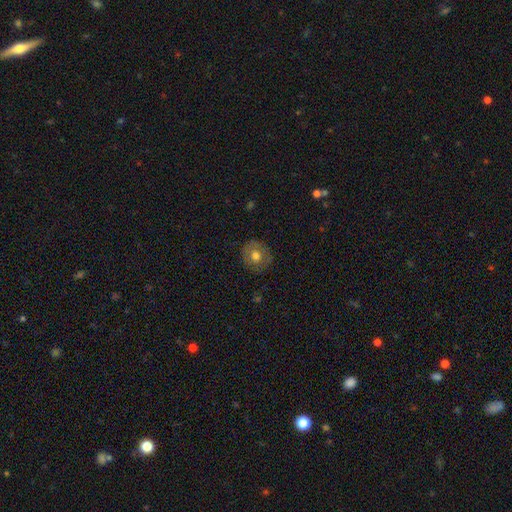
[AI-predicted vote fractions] A smooth galaxy with no disk features (67%) that is round (88%).

Vote fractions:
- Smooth or featured? smooth: 67% / featured or disk: 24% / star or artifact: 9%
- How rounded? round: 88% / in between: 11% / cigar-shaped: 1%
- Merging? none: 84% / minor disturbance: 12% / major disturbance: 3% / merger: 1%